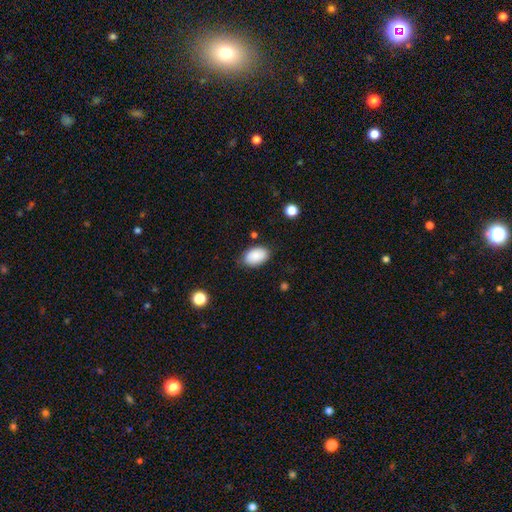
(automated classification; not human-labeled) Smooth or featured?
  - smooth: 87% *
  - star or artifact: 7%
  - featured or disk: 7%
How rounded?
  - in between: 91% *
  - round: 8%
  - cigar-shaped: 1%
Merging?
  - none: 80% *
  - minor disturbance: 15%
  - major disturbance: 3%
  - merger: 2%